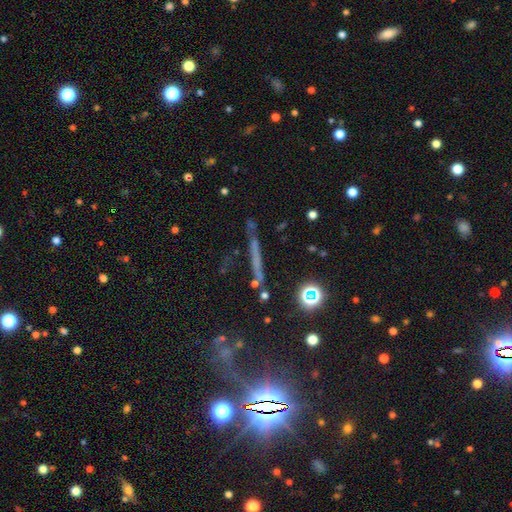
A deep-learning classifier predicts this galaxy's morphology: A smooth galaxy with no disk features (41%). Merging: none (79%).